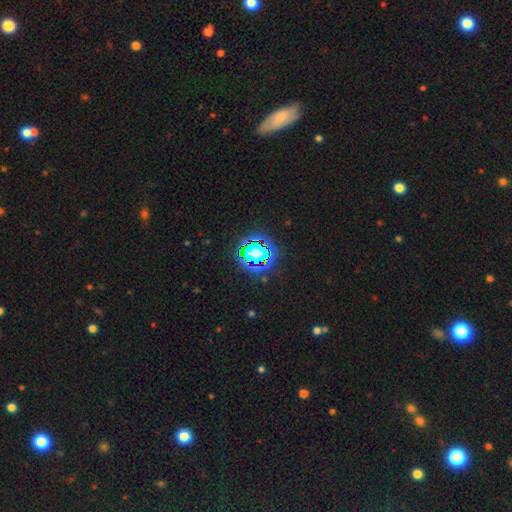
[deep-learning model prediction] Smooth or featured? Predicted: star or artifact (p=0.78).